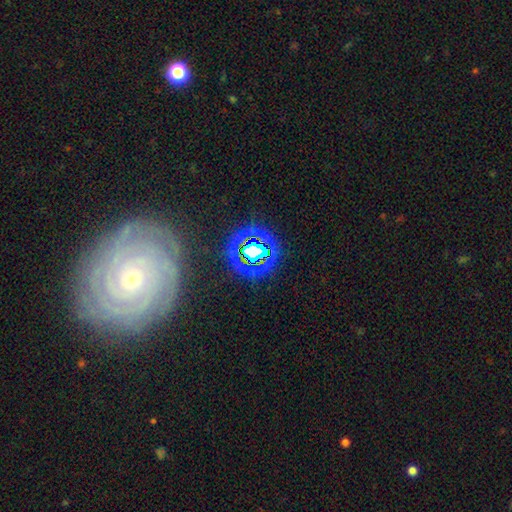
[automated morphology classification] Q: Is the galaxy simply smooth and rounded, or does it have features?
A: star or artifact — 68%.